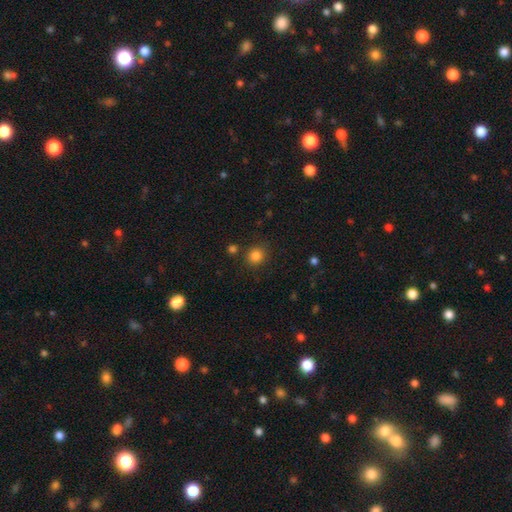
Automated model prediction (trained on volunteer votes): Smooth or featured? Predicted: smooth (p=0.83). How rounded? Predicted: round (p=0.87). Merging? Predicted: none (p=0.83).